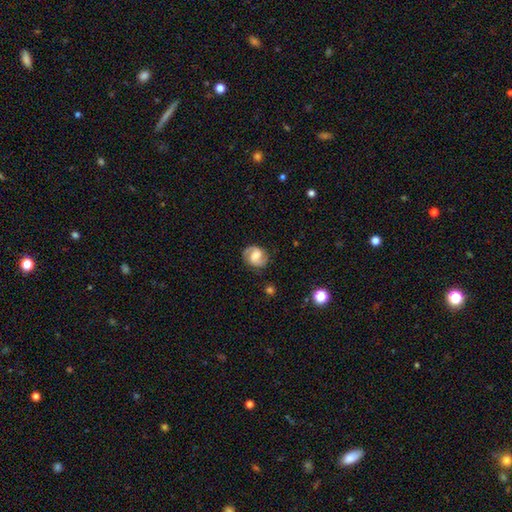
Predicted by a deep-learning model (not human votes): smooth_or_featured: featured or disk (p=0.79) [alt: smooth p=0.15]
disk_edge_on: no (p=0.98) [alt: yes p=0.02]
bar: weak (p=0.50) [alt: no p=0.31]
has_spiral_arms: yes (p=0.96) [alt: no p=0.04]
spiral_winding: medium (p=0.53) [alt: tight p=0.27]
spiral_arm_count: 2 (p=0.93) [alt: can't tell p=0.03]
bulge_size: moderate (p=0.40) [alt: large p=0.23]
merging: none (p=0.83) [alt: minor disturbance p=0.12]